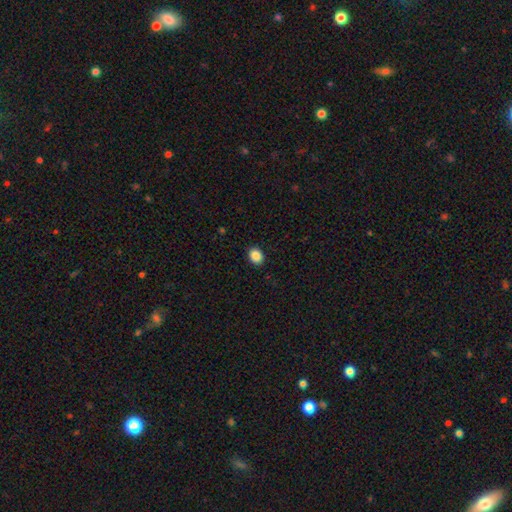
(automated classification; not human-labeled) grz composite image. It shows a smooth galaxy with no disk features (88%) that is in between round and cigar-shaped (55%). Merging: none (91%).